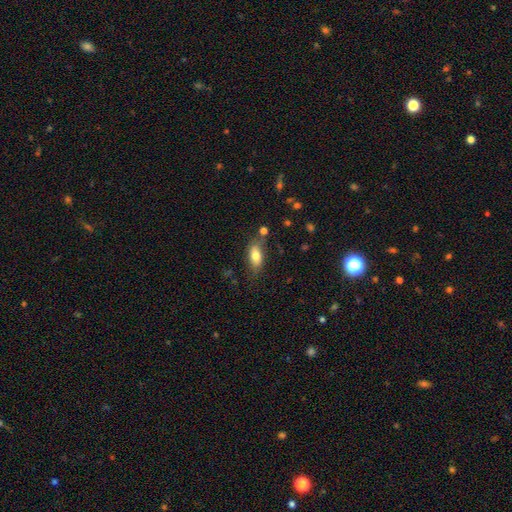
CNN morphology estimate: Smooth or featured? smooth (76%)
How rounded? in between (86%)
Merging? none (66%)